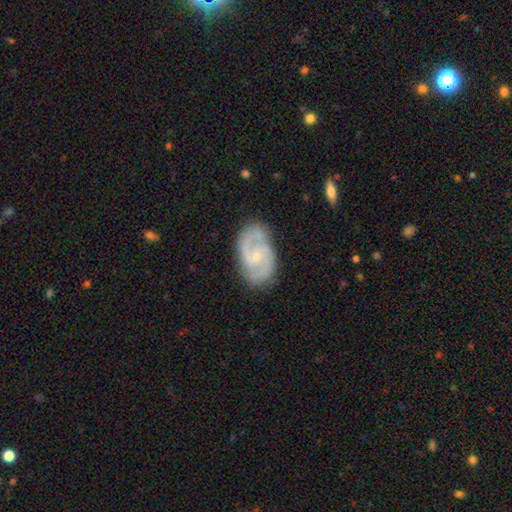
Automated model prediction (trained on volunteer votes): smooth_or_featured: featured or disk (p=0.82) [alt: smooth p=0.12]
disk_edge_on: no (p=0.97) [alt: yes p=0.03]
bar: no (p=0.58) [alt: weak p=0.35]
has_spiral_arms: yes (p=0.95) [alt: no p=0.05]
spiral_winding: medium (p=0.49) [alt: tight p=0.38]
spiral_arm_count: 2 (p=0.77) [alt: can't tell p=0.09]
bulge_size: small (p=0.74) [alt: moderate p=0.20]
merging: none (p=0.78) [alt: minor disturbance p=0.16]